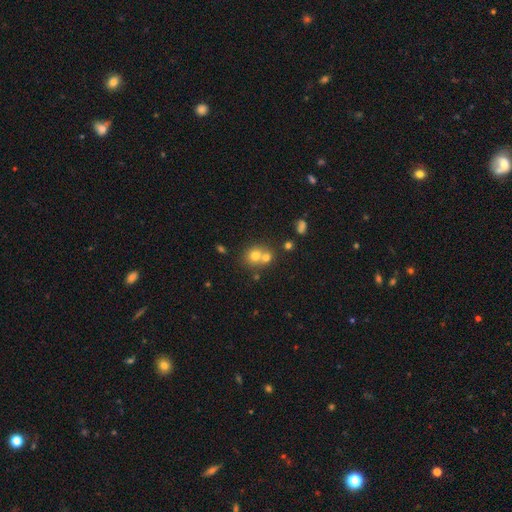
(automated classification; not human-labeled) Smooth or featured?
  - smooth: 70% *
  - featured or disk: 16%
  - star or artifact: 14%
How rounded?
  - round: 78% *
  - in between: 21%
  - cigar-shaped: 1%
Merging?
  - merger: 53% *
  - none: 38%
  - minor disturbance: 6%
  - major disturbance: 3%